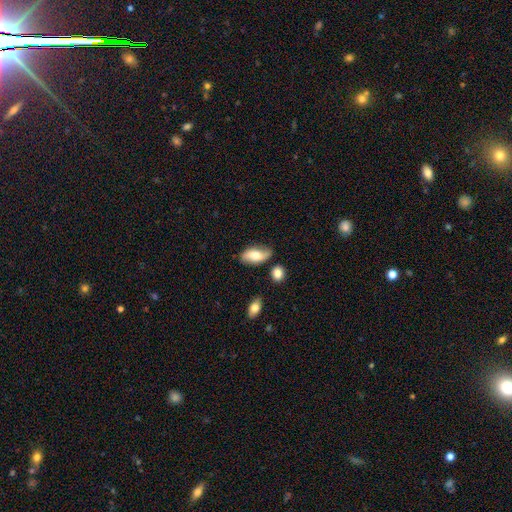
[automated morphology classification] smooth_or_featured: smooth (p=0.57) [alt: featured or disk p=0.36]
how_rounded: in between (p=0.90) [alt: cigar-shaped p=0.05]
merging: none (p=0.68) [alt: minor disturbance p=0.21]